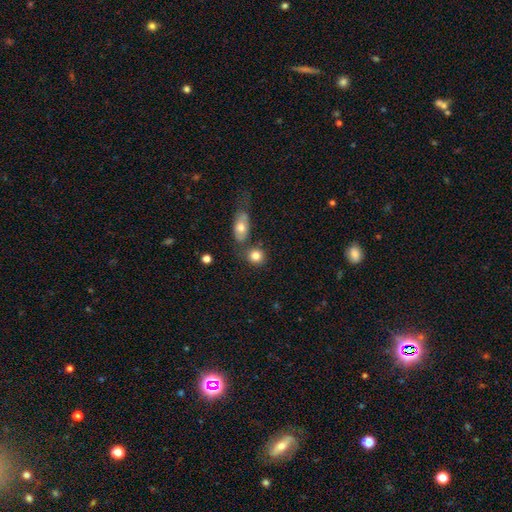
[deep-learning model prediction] Smooth or featured? Predicted: smooth (p=0.81). How rounded? Predicted: round (p=0.75). Merging? Predicted: none (p=0.63).